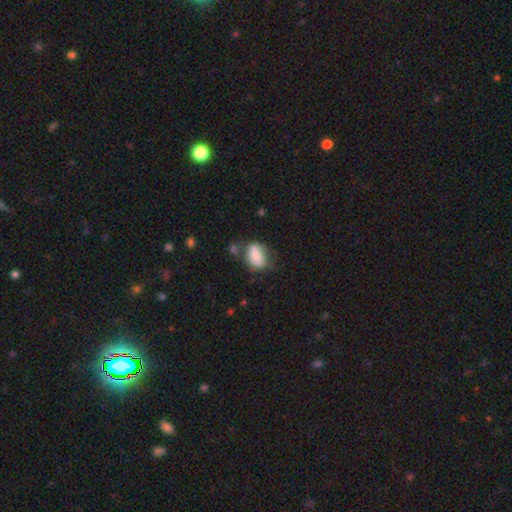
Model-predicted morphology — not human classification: The model was most divided on "merging": none: 48%, minor disturbance: 26%, merger: 15%, major disturbance: 11%. More confident: how rounded — in between (78%); smooth or featured — smooth (71%).